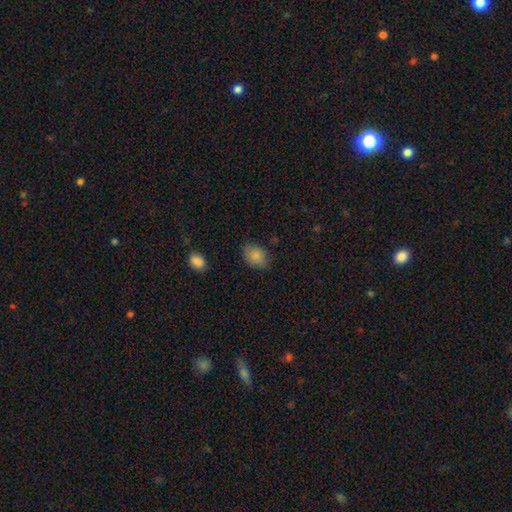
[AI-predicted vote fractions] Morphology: type=smooth (85%); roundness=in between (77%); merging=none (77%).